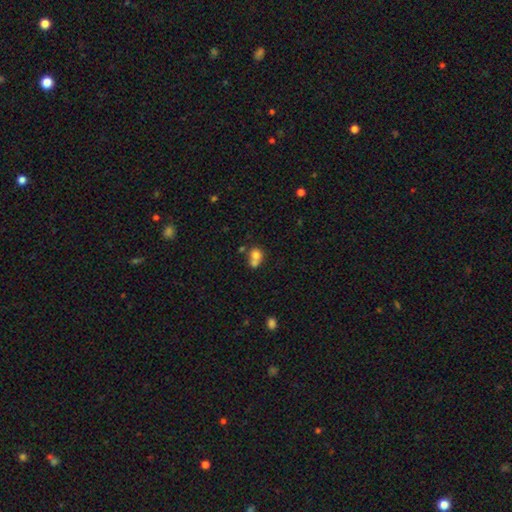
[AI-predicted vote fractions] Overall: smooth (74%). How rounded: round (71%). Merging: merger (56%; none 31%).